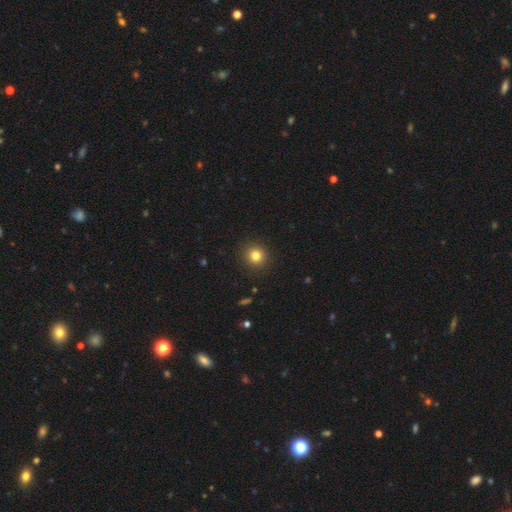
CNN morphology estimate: A smooth galaxy with no disk features (81%) that is round (93%). Merging: none (92%).